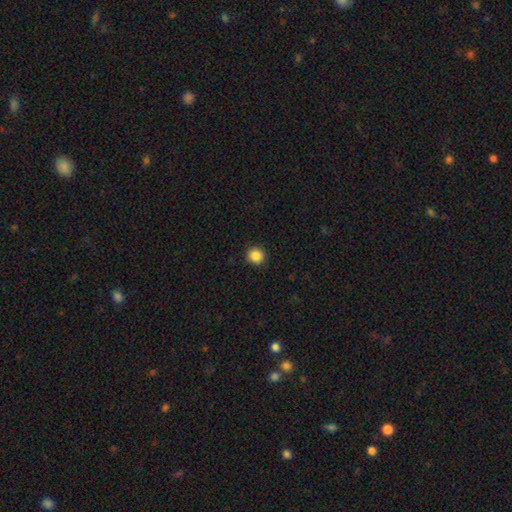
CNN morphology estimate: Smooth or featured? Predicted: smooth (p=0.87). How rounded? Predicted: round (p=0.93). Merging? Predicted: none (p=0.92).